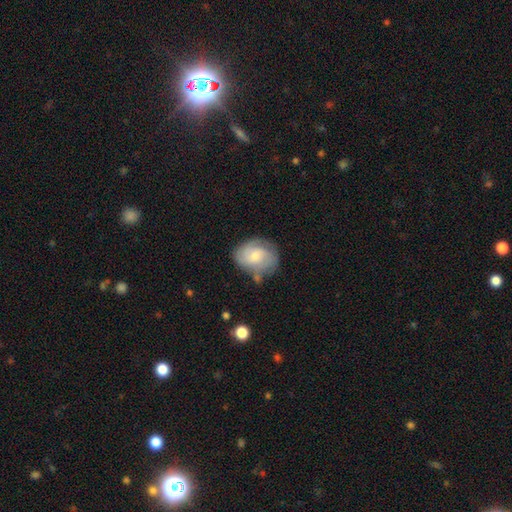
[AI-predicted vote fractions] A featured or disk galaxy (50%). Merging: none (59%).